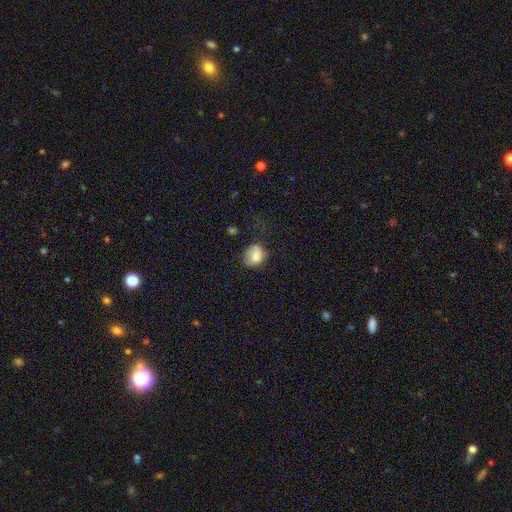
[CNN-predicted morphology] A smooth galaxy with no disk features (81%) that is round (58%).

Vote fractions:
- Smooth or featured? smooth: 81% / featured or disk: 11% / star or artifact: 9%
- How rounded? round: 58% / in between: 41% / cigar-shaped: 1%
- Merging? none: 53% / minor disturbance: 31% / major disturbance: 14% / merger: 3%